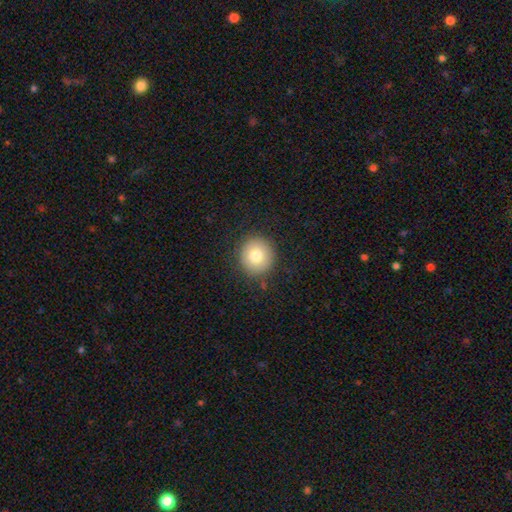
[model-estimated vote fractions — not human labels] A smooth galaxy with no disk features (79%) that is round (92%). Merging: none (88%).